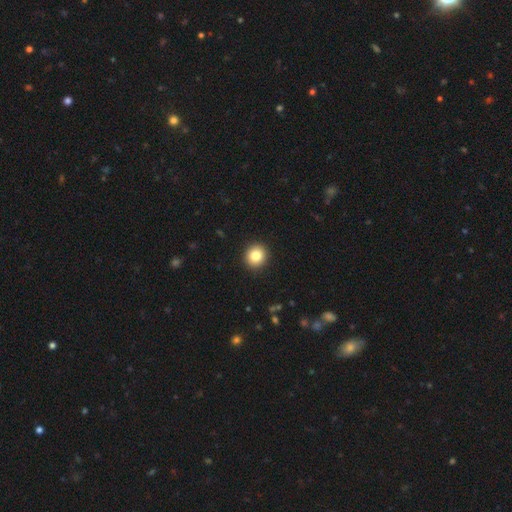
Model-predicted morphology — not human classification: This appears to be a smooth galaxy with no disk features (83%) that is round (89%). Merging: none (93%).